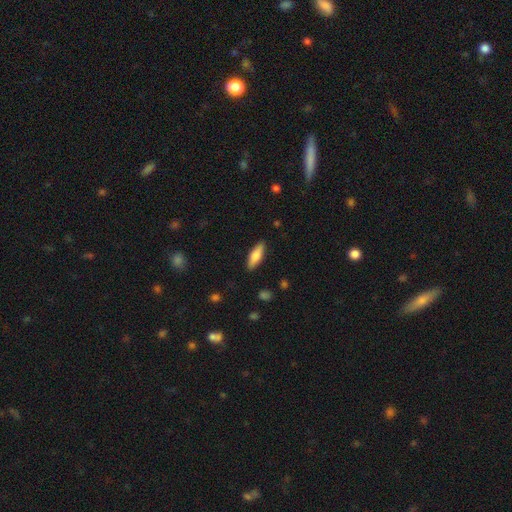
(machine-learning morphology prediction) Smooth or featured? smooth (73%)
How rounded? in between (56%)
Merging? none (87%)